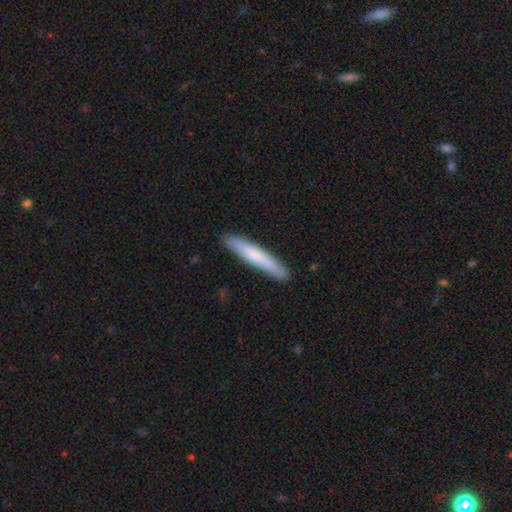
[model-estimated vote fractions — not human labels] Smooth or featured? Predicted: smooth (p=0.71). How rounded? Predicted: cigar-shaped (p=0.94). Merging? Predicted: none (p=0.90).